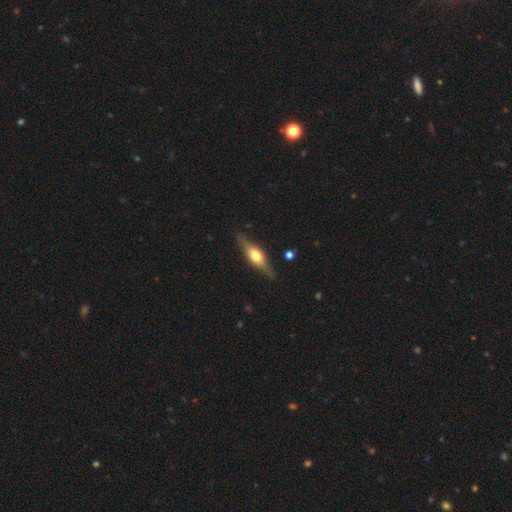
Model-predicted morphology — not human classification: Overall: featured or disk (60%; smooth 34%). Edge-on disk: yes (92%). Edge-on bulge: rounded (91%). Merging: none (84%).